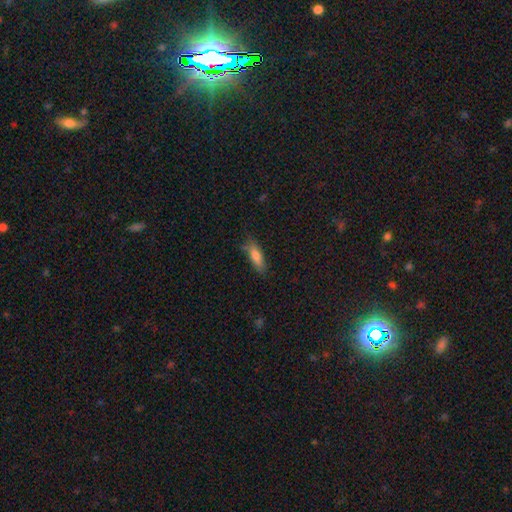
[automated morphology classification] Smooth or featured?
  - smooth: 78% *
  - featured or disk: 14%
  - star or artifact: 8%
How rounded?
  - in between: 50% *
  - cigar-shaped: 48%
  - round: 2%
Merging?
  - none: 71% *
  - minor disturbance: 21%
  - major disturbance: 5%
  - merger: 2%